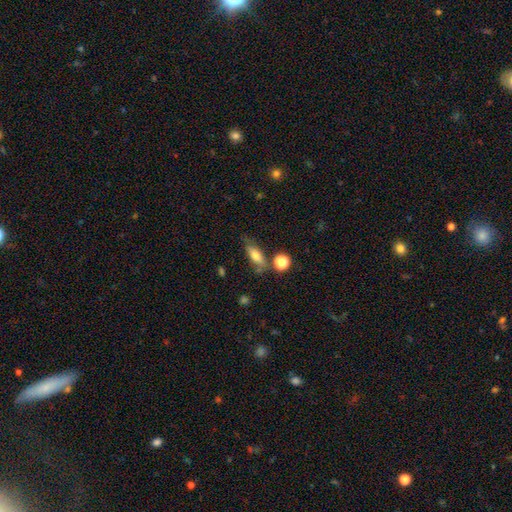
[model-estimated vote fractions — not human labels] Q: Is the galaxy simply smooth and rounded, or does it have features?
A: smooth — 67%.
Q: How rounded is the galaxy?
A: in between — 63%.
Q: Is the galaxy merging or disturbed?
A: none — 63%.